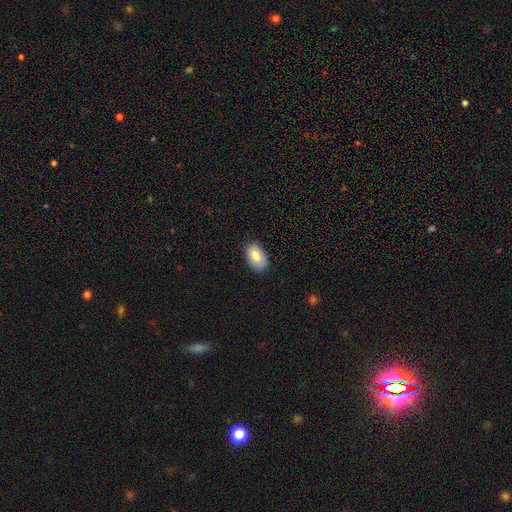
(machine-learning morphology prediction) This is clearly a smooth galaxy (80%). How rounded: clearly in between (93%). Merging: clearly none (83%).